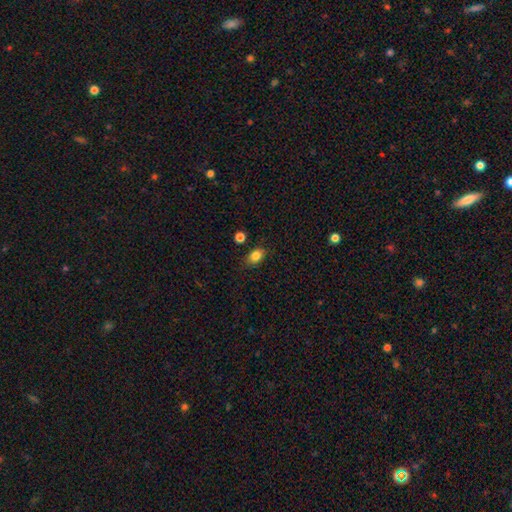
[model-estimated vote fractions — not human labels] smooth-or-featured: smooth: 84% | star or artifact: 10% | featured or disk: 6%
  how-rounded: in between: 74% | round: 24% | cigar-shaped: 2%
  merging: none: 80% | minor disturbance: 14% | major disturbance: 3% | merger: 3%